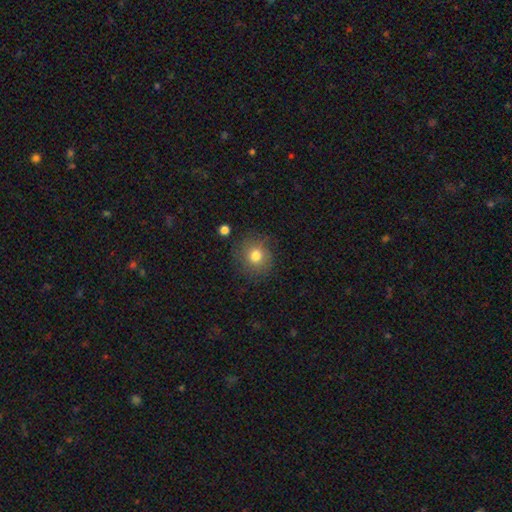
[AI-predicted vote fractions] Smooth or featured?
  - smooth: 78% *
  - star or artifact: 12%
  - featured or disk: 11%
How rounded?
  - round: 87% *
  - in between: 12%
  - cigar-shaped: 1%
Merging?
  - none: 82% *
  - minor disturbance: 12%
  - major disturbance: 4%
  - merger: 2%